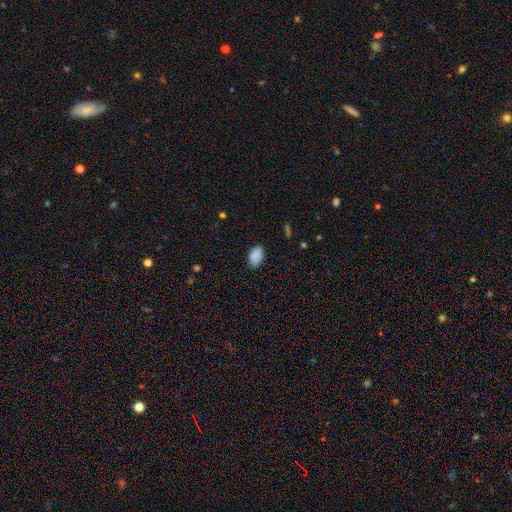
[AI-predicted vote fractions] Smooth or featured?
  - smooth: 88% *
  - star or artifact: 7%
  - featured or disk: 4%
How rounded?
  - in between: 89% *
  - round: 9%
  - cigar-shaped: 1%
Merging?
  - none: 82% *
  - minor disturbance: 14%
  - major disturbance: 3%
  - merger: 1%